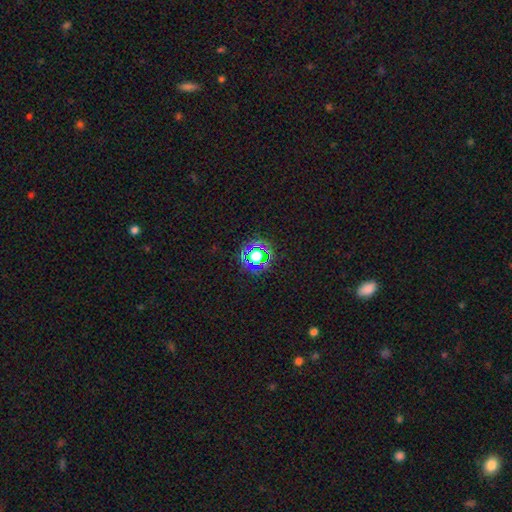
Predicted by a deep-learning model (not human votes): smooth-or-featured: star or artifact: 56% | smooth: 33% | featured or disk: 11%